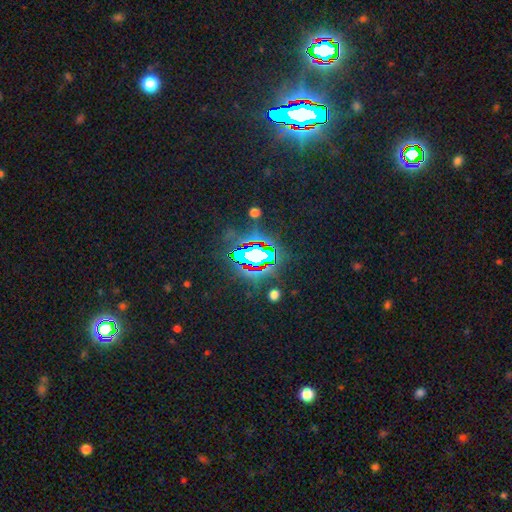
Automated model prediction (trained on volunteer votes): Morphology: type=star or artifact (72%).